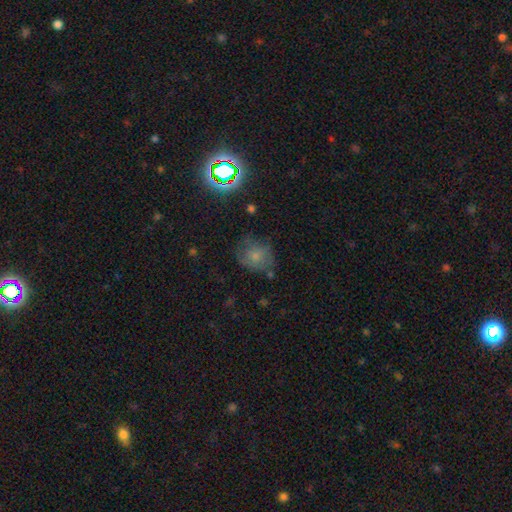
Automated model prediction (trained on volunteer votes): Q: Smooth or featured?
A: smooth (66%); runner-up: featured or disk (21%)
Q: How rounded?
A: round (68%); runner-up: in between (31%)
Q: Merging?
A: none (54%); runner-up: minor disturbance (28%)